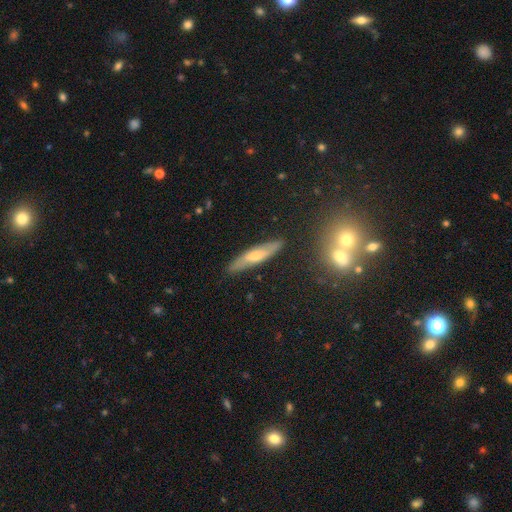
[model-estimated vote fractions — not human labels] smooth_or_featured: featured or disk (p=0.59) [alt: smooth p=0.29]
disk_edge_on: yes (p=0.84) [alt: no p=0.16]
merging: none (p=0.83) [alt: minor disturbance p=0.11]